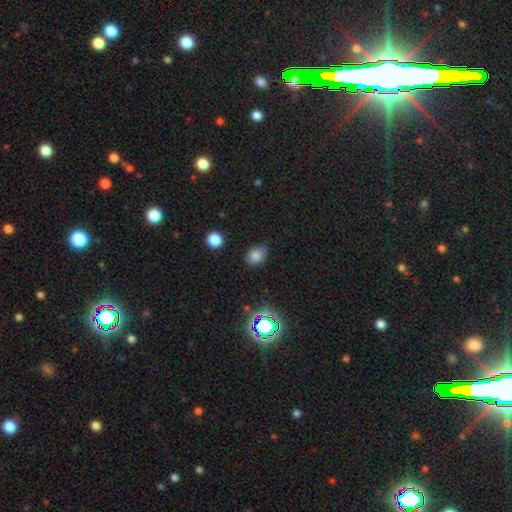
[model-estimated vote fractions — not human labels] Smooth or featured: smooth — 77% (star or artifact — 16%)
How rounded: in between — 58% (round — 41%)
Merging: none — 70% (minor disturbance — 24%)